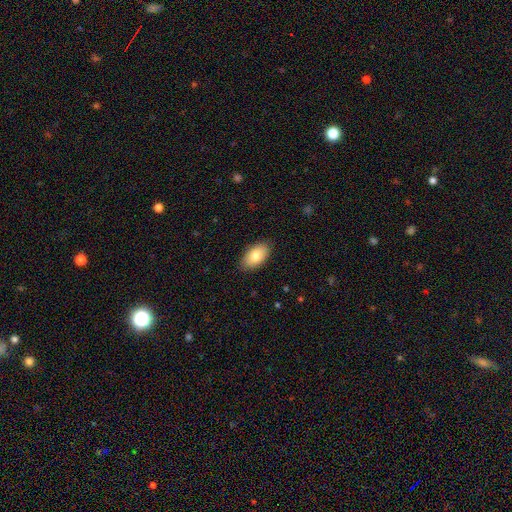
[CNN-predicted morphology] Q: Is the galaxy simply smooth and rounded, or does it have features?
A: smooth — 81%.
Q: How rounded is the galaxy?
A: in between — 94%.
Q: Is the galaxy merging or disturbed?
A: none — 87%.